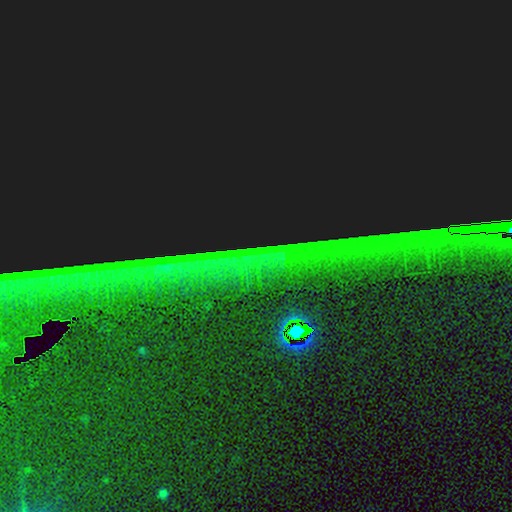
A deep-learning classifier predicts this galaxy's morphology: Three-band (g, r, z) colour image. It shows a star or artifact, not a galaxy (85%).